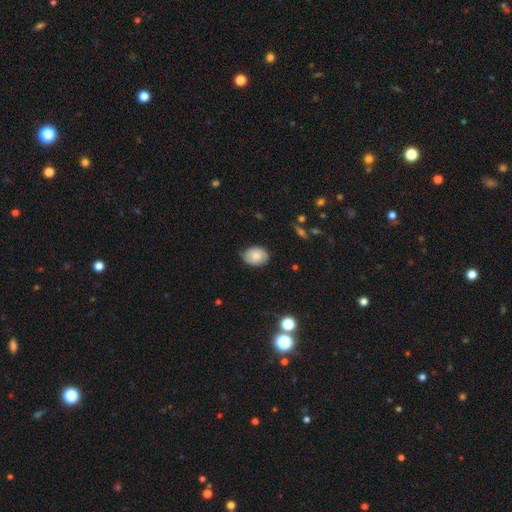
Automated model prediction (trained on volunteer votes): This is likely a smooth galaxy (79%). How rounded: likely in between (68%). Merging: clearly none (80%).